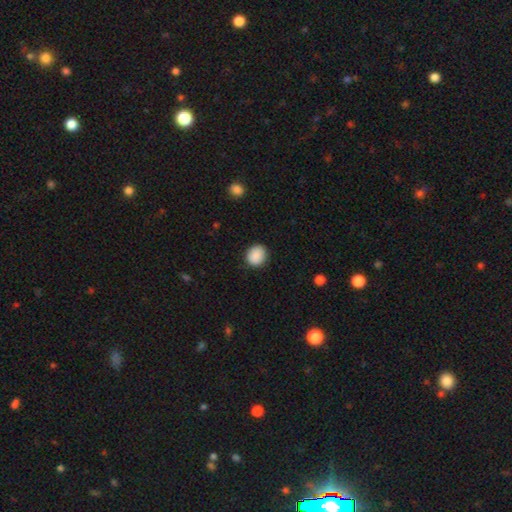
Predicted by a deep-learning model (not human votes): This is clearly a smooth galaxy (89%). How rounded: likely round (69%). Merging: clearly none (87%).